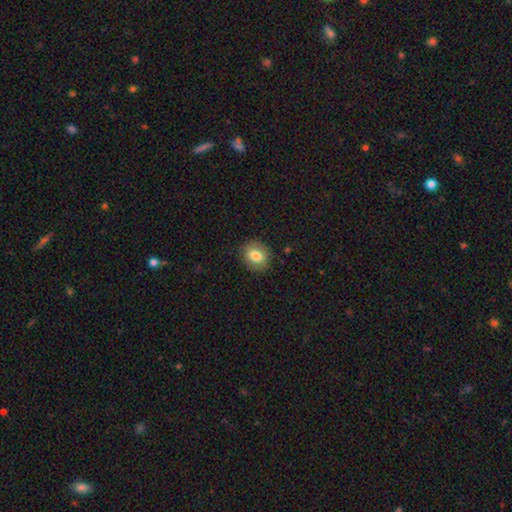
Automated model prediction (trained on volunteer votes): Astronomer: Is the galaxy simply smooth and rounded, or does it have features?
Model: smooth — 80%.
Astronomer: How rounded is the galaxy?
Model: round — 58% (runner-up: in between, 41%).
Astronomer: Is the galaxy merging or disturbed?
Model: none — 86%.